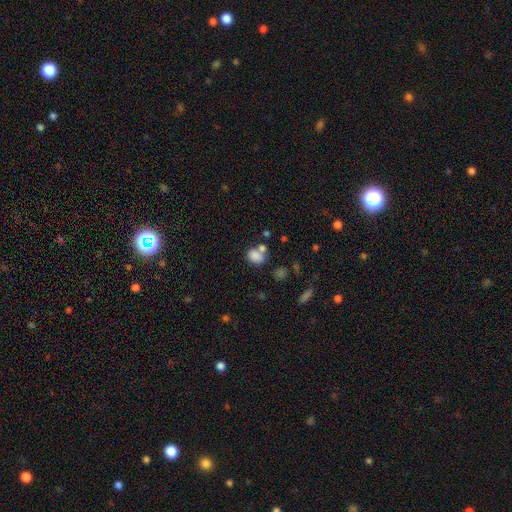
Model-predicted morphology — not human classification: smooth_or_featured: smooth (p=0.81) [alt: star or artifact p=0.11]
how_rounded: in between (p=0.62) [alt: round p=0.37]
merging: none (p=0.46) [alt: merger p=0.33]